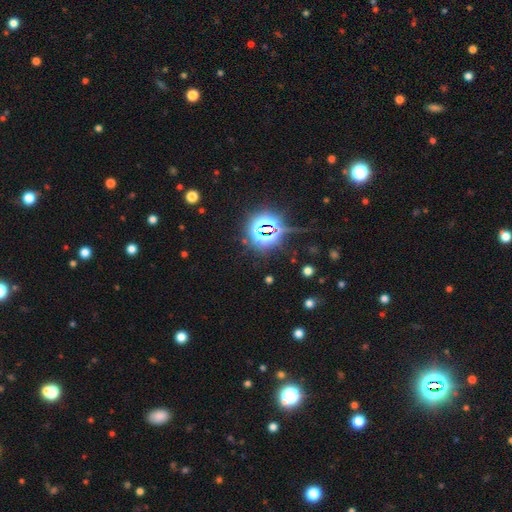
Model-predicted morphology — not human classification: Smooth or featured?
  - star or artifact: 83% *
  - smooth: 10%
  - featured or disk: 7%